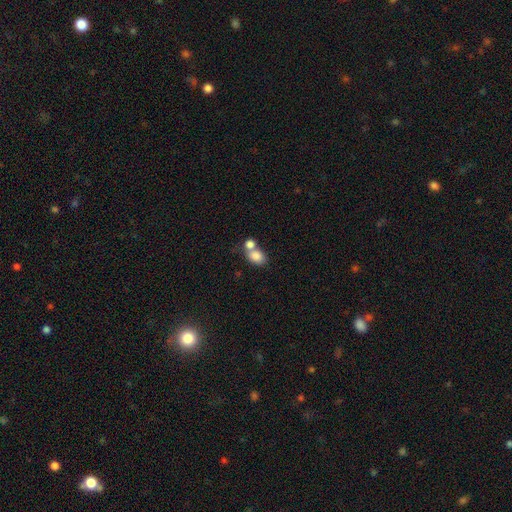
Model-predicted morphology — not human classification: Smooth or featured? Predicted: smooth (p=0.82). How rounded? Predicted: in between (p=0.67). Merging? Predicted: merger (p=0.53).